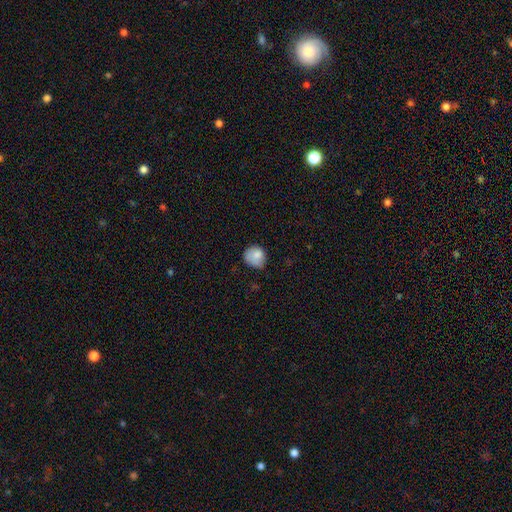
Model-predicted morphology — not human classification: Smooth or featured? smooth (82%)
How rounded? round (76%)
Merging? none (53%)